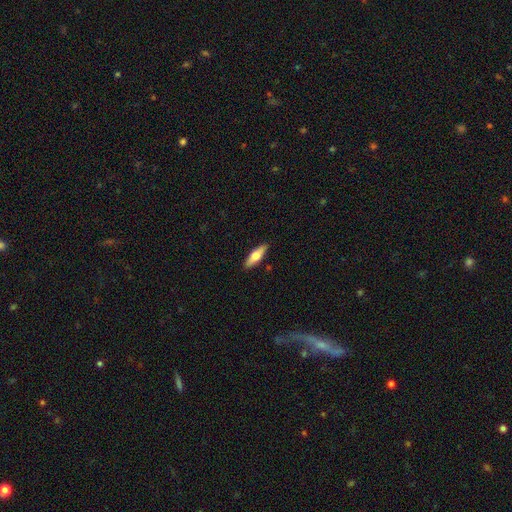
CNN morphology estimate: Smooth or featured? Predicted: smooth (p=0.57). How rounded? Predicted: in between (p=0.49). Merging? Predicted: none (p=0.89).